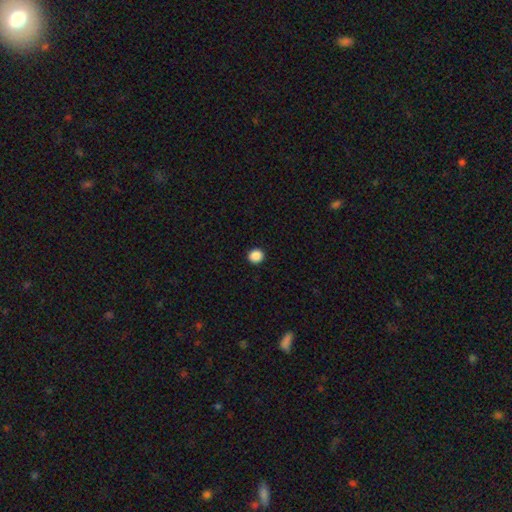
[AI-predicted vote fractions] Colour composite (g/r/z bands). It shows a smooth galaxy with no disk features (88%) that is round (91%). Merging: none (93%).